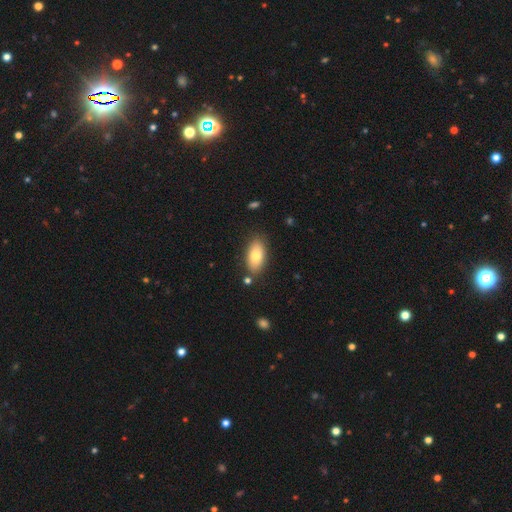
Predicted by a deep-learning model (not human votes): This is likely a smooth galaxy (78%). How rounded: clearly in between (91%). Merging: clearly none (82%).